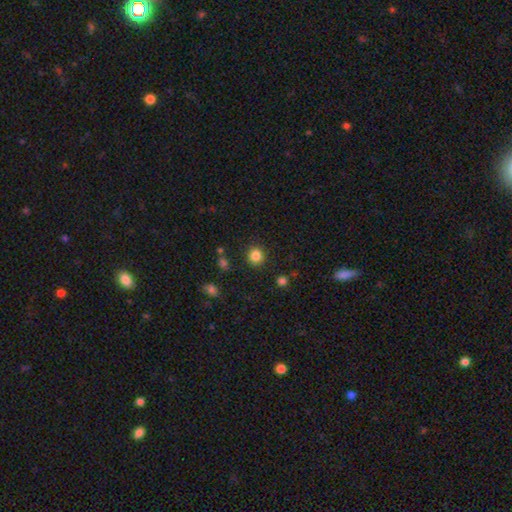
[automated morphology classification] Smooth or featured?
  - smooth: 84% *
  - star or artifact: 12%
  - featured or disk: 4%
How rounded?
  - round: 91% *
  - in between: 8%
  - cigar-shaped: 1%
Merging?
  - none: 89% *
  - minor disturbance: 7%
  - major disturbance: 3%
  - merger: 2%